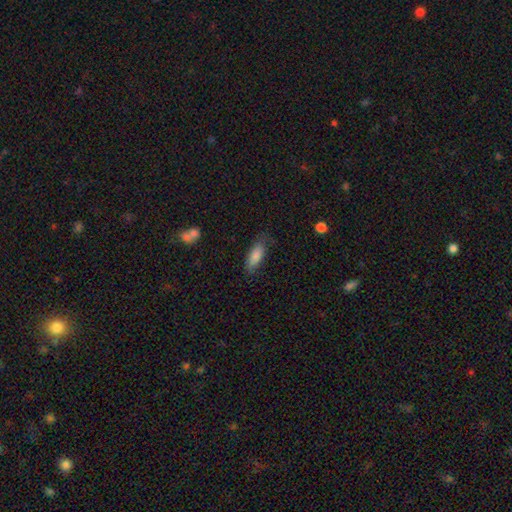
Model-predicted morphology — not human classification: Smooth or featured? smooth (82%)
How rounded? in between (69%)
Merging? none (72%)